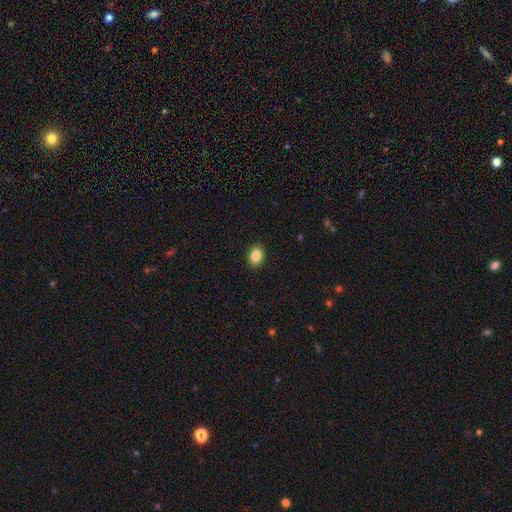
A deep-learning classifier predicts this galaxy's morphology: The model was most divided on "how rounded": in between: 77%, round: 22%, cigar-shaped: 1%. More confident: merging — none (91%); smooth or featured — smooth (86%).